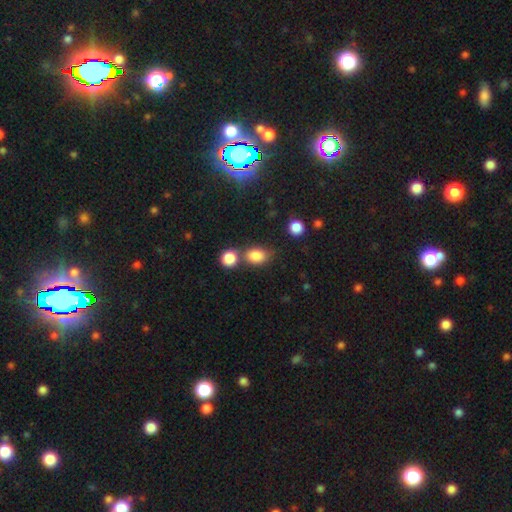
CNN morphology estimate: smooth-or-featured: smooth: 83% | star or artifact: 10% | featured or disk: 6%
  how-rounded: in between: 71% | round: 28% | cigar-shaped: 2%
  merging: none: 54% | merger: 28% | minor disturbance: 13% | major disturbance: 4%